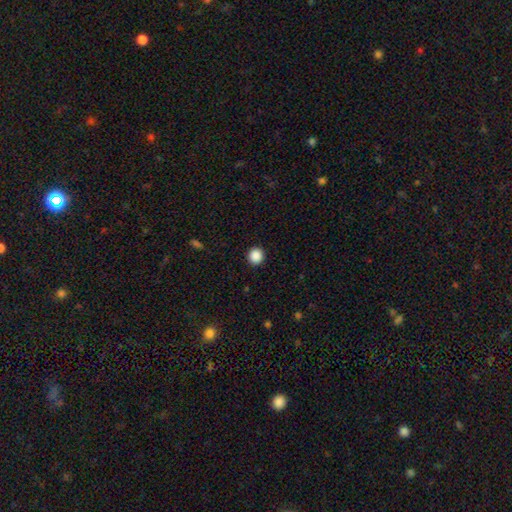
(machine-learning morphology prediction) smooth_or_featured: smooth (p=0.88) [alt: star or artifact p=0.09]
how_rounded: round (p=0.90) [alt: in between p=0.09]
merging: none (p=0.92) [alt: minor disturbance p=0.05]